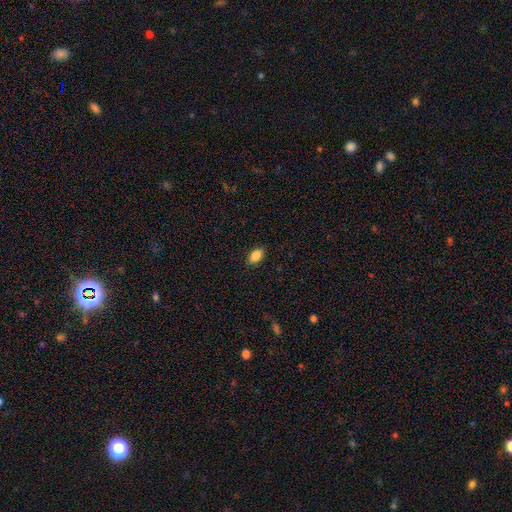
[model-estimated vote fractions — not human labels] Smooth or featured?
  - smooth: 87% *
  - star or artifact: 8%
  - featured or disk: 5%
How rounded?
  - in between: 90% *
  - round: 8%
  - cigar-shaped: 2%
Merging?
  - none: 89% *
  - minor disturbance: 8%
  - major disturbance: 2%
  - merger: 1%